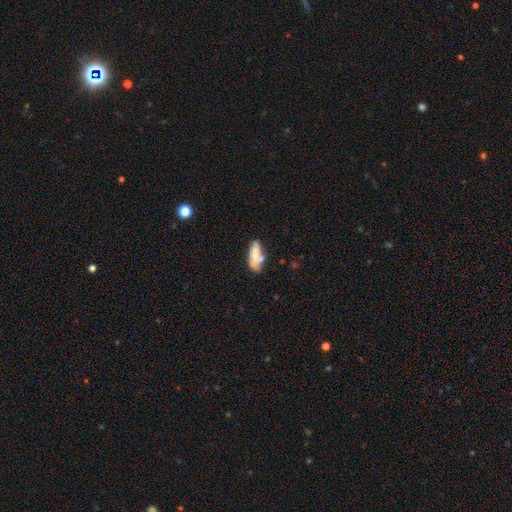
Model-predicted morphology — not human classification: This is likely a smooth galaxy (65%). How rounded: likely in between (73%). Merging: possibly none (49%).